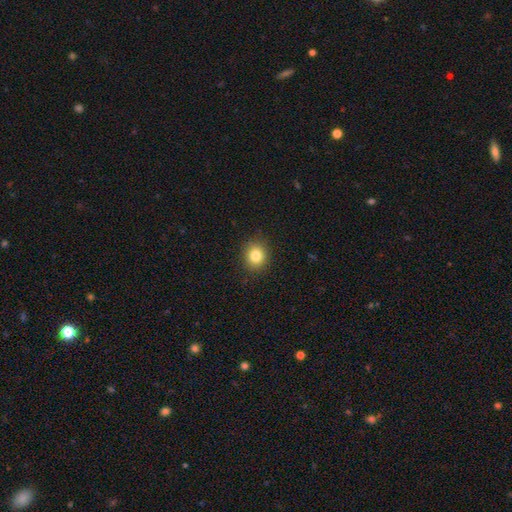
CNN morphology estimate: This is clearly a smooth galaxy (83%). How rounded: likely round (75%). Merging: clearly none (90%).